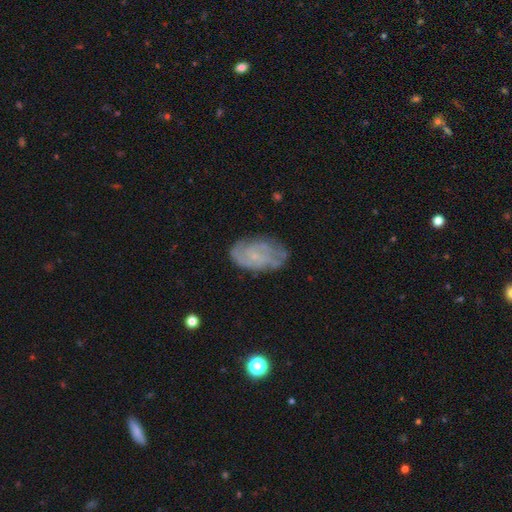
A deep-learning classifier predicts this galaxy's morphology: smooth-or-featured: featured or disk: 75% | smooth: 17% | star or artifact: 8%
  disk-edge-on: no: 97% | yes: 3%
    bar: no: 70% | weak: 26% | strong: 4%
    has-spiral-arms: yes: 90% | no: 10%
      spiral-winding: tight: 52% | medium: 37% | loose: 11%
      spiral-arm-count: can't tell: 36% | 2: 27% | 3: 18% | 4: 9% | 1: 5% | more than 4: 5%
    bulge-size: small: 77% | none: 11% | moderate: 11% | large: 1% | dominant: 1%
  merging: none: 70% | minor disturbance: 21% | major disturbance: 7% | merger: 2%